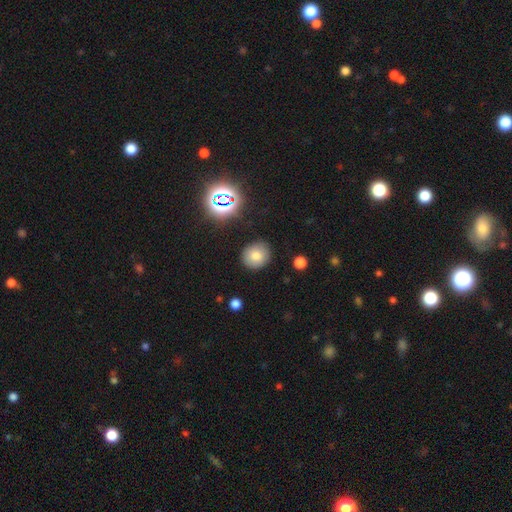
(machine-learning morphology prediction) smooth 77%, star or artifact 14%, featured or disk 9%. Down the decision tree: how rounded — round (83%); merging — none (87%).